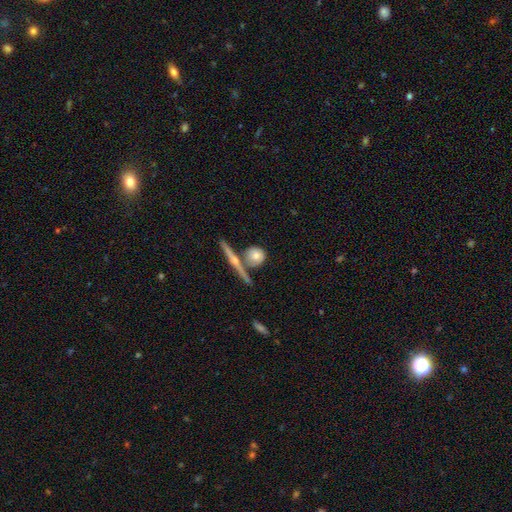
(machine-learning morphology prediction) Overall: smooth (66%; featured or disk 27%). How rounded: round (81%). Merging: none (62%).